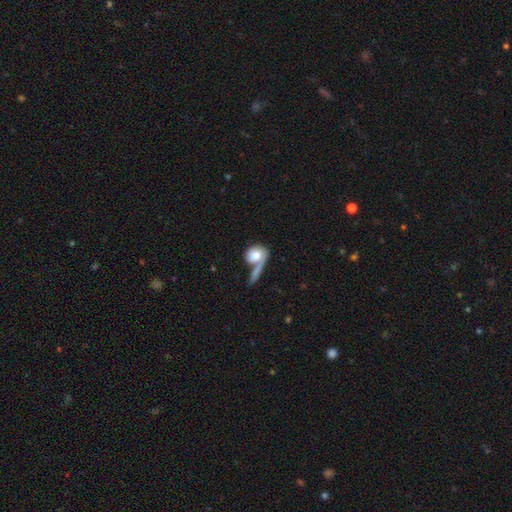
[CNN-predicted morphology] A smooth galaxy with no disk features (71%) that is round (50%). Merging: merger (37%).